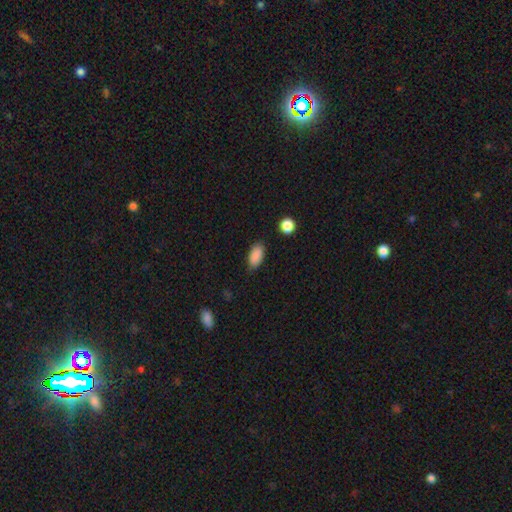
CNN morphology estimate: This appears to be a smooth galaxy with no disk features (88%) that is in between round and cigar-shaped (90%). Merging: none (79%).